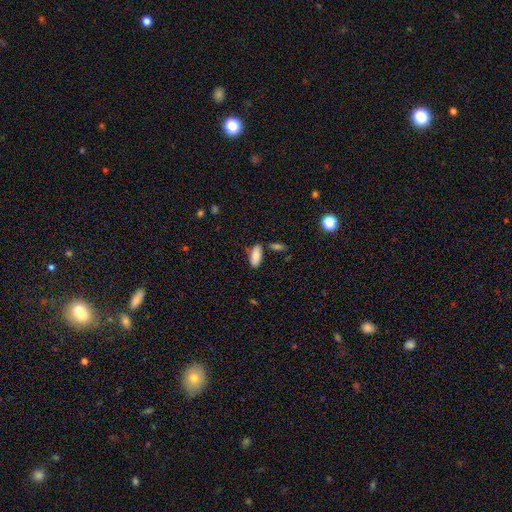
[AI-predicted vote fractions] Overall: smooth (87%). How rounded: in between (86%). Merging: none (75%).